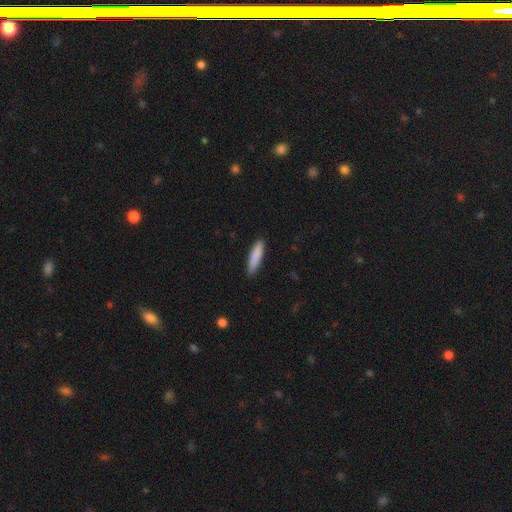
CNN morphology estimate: smooth 87%, featured or disk 7%, star or artifact 6%. Down the decision tree: how rounded — cigar-shaped (77%); merging — none (87%).